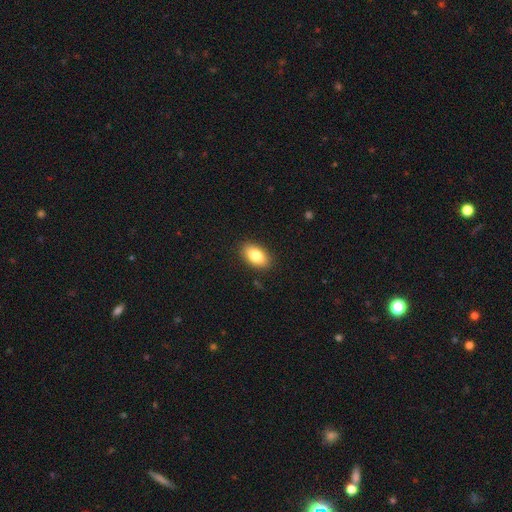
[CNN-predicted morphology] smooth-or-featured: smooth: 83% | featured or disk: 9% | star or artifact: 7%
  how-rounded: in between: 92% | round: 5% | cigar-shaped: 2%
  merging: none: 89% | minor disturbance: 8% | major disturbance: 2% | merger: 1%